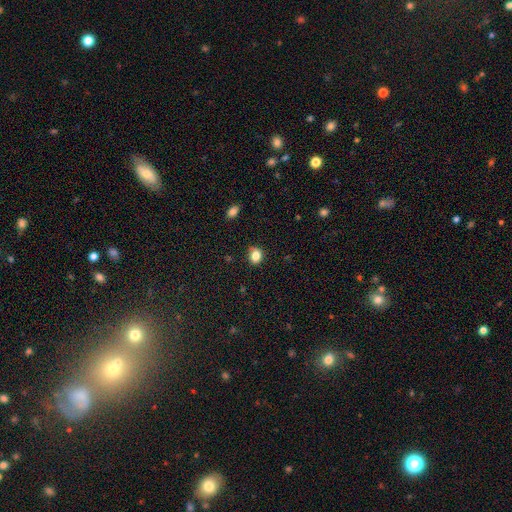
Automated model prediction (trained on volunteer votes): Smooth or featured? Predicted: smooth (p=0.83). How rounded? Predicted: round (p=0.69). Merging? Predicted: none (p=0.77).